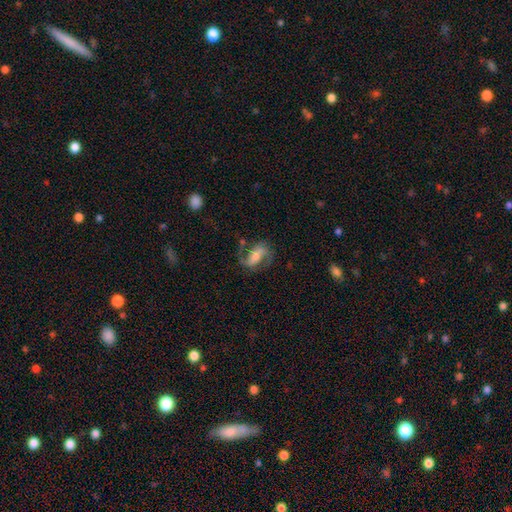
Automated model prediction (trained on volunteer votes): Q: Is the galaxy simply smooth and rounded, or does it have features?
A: featured or disk — 77%.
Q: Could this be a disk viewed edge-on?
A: no — 96%.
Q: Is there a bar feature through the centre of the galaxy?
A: strong — 39%.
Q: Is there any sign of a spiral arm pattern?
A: yes — 94%.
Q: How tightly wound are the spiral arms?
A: medium — 48%.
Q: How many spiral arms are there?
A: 2 — 88%.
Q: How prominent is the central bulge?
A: moderate — 48%.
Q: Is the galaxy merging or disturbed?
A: none — 66%.